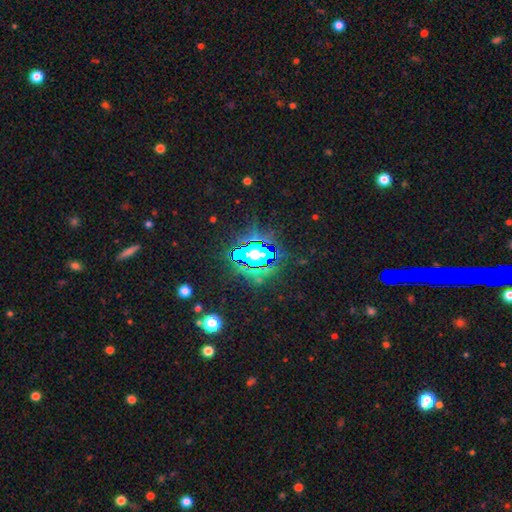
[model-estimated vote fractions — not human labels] A star or artifact, not a galaxy (83%).

Vote fractions:
- Smooth or featured? star or artifact: 83% / smooth: 10% / featured or disk: 8%